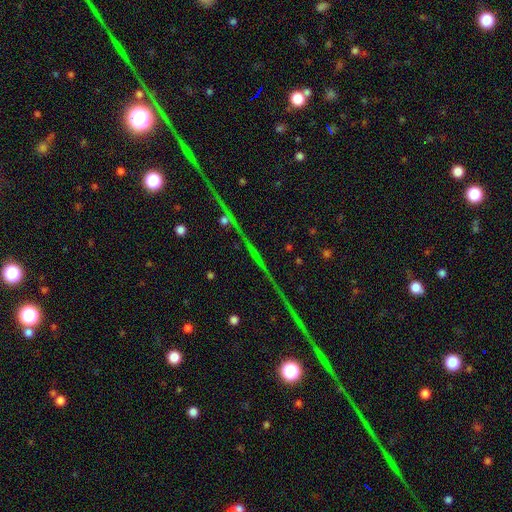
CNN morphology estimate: A star or artifact, not a galaxy (74%).

Vote fractions:
- Smooth or featured? star or artifact: 74% / featured or disk: 16% / smooth: 10%